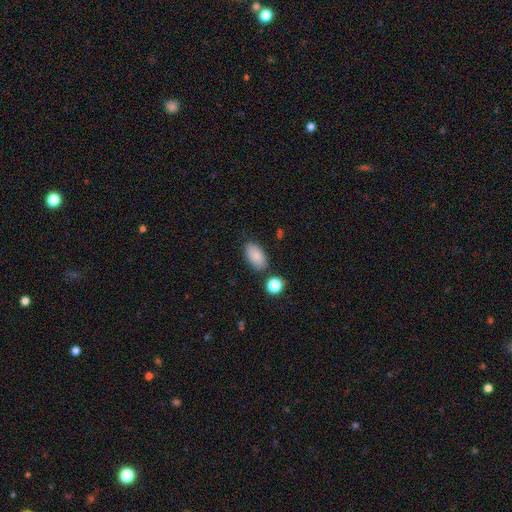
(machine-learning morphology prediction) Smooth or featured?
  - smooth: 86% *
  - star or artifact: 8%
  - featured or disk: 6%
How rounded?
  - in between: 93% *
  - round: 4%
  - cigar-shaped: 2%
Merging?
  - none: 79% *
  - minor disturbance: 13%
  - merger: 4%
  - major disturbance: 3%